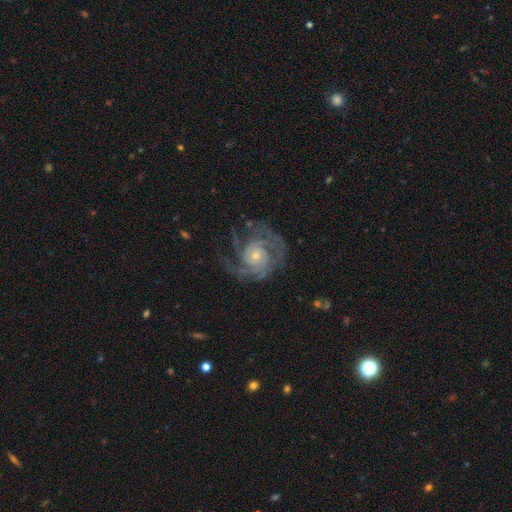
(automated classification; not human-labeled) Smooth or featured? Predicted: featured or disk (p=0.89). Edge-on disk? Predicted: no (p=0.98). Bar? Predicted: no (p=0.74). Spiral arms? Predicted: yes (p=0.97). Spiral winding? Predicted: tight (p=0.55). Spiral arm count? Predicted: 2 (p=0.36). Bulge size? Predicted: small (p=0.63). Merging? Predicted: none (p=0.69).